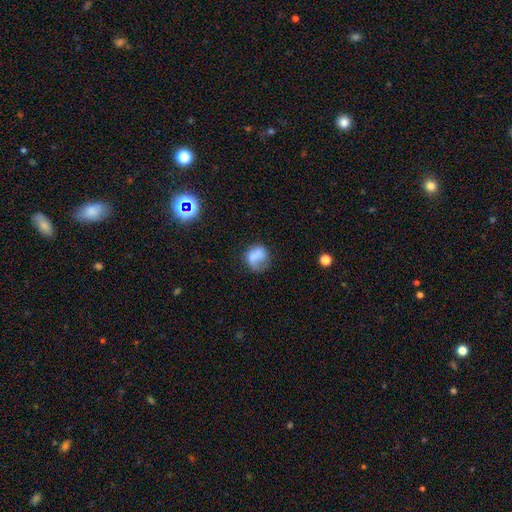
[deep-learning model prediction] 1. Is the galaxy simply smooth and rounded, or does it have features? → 74% smooth, 16% featured or disk, 10% star or artifact.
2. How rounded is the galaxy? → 64% round, 35% in between, 1% cigar-shaped.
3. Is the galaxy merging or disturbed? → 47% none, 29% minor disturbance, 20% major disturbance, 4% merger.